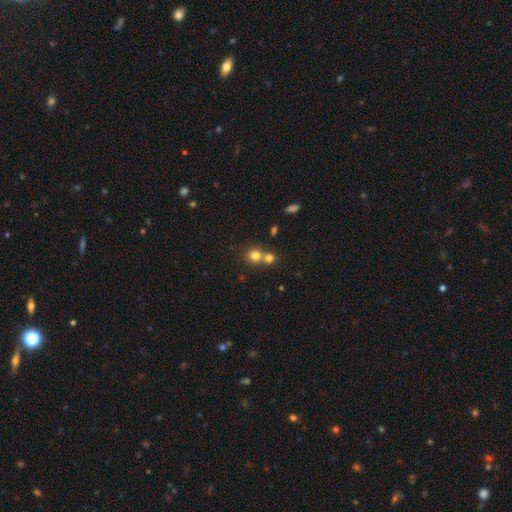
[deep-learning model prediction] This is likely a smooth galaxy (78%). How rounded: clearly round (85%). Merging: possibly merger (46%, tied with none).